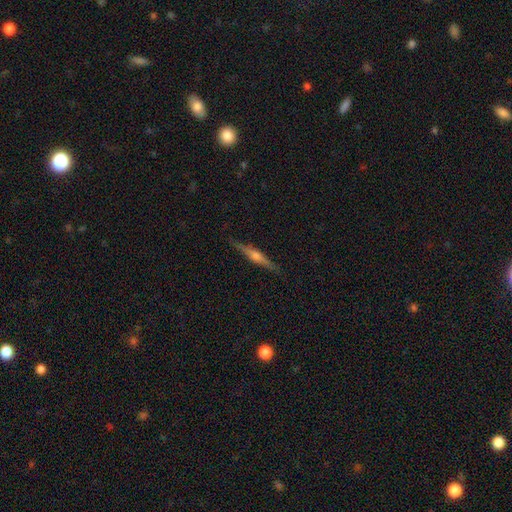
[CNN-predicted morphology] Overall: featured or disk (76%). Edge-on disk: yes (98%). Edge-on bulge: rounded (84%). Merging: none (90%).